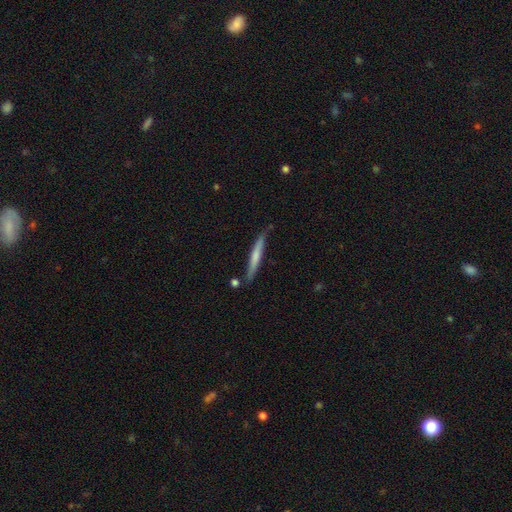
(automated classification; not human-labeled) A smooth galaxy with no disk features (58%) that is cigar-shaped (95%).

Vote fractions:
- Smooth or featured? smooth: 58% / featured or disk: 37% / star or artifact: 5%
- How rounded? cigar-shaped: 95% / in between: 3% / round: 1%
- Merging? none: 78% / minor disturbance: 15% / merger: 4% / major disturbance: 2%